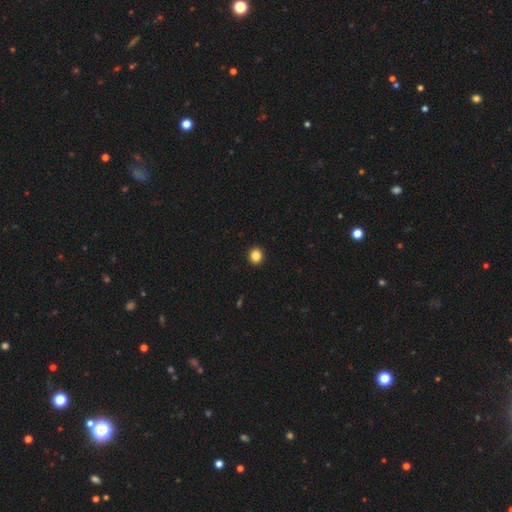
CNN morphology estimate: This appears to be a smooth galaxy with no disk features (86%) that is round (82%). Merging: none (93%).